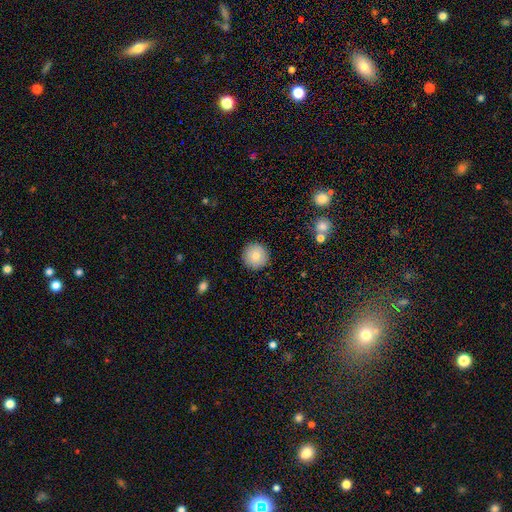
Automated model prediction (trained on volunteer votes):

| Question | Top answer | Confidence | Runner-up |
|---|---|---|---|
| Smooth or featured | smooth | 78% | featured or disk (13%) |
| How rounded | round | 96% | in between (3%) |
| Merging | none | 91% | minor disturbance (6%) |